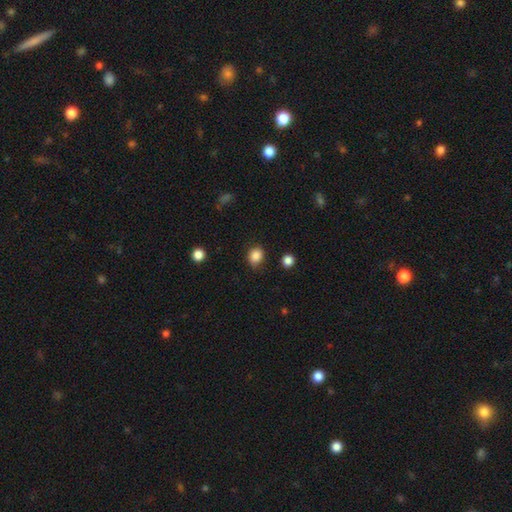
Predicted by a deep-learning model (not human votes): A smooth galaxy with no disk features (86%) that is round (64%).

Vote fractions:
- Smooth or featured? smooth: 86% / star or artifact: 10% / featured or disk: 4%
- How rounded? round: 64% / in between: 35% / cigar-shaped: 1%
- Merging? none: 76% / minor disturbance: 18% / major disturbance: 4% / merger: 2%